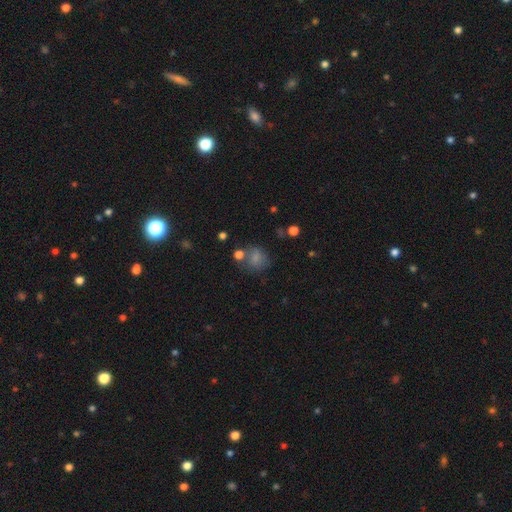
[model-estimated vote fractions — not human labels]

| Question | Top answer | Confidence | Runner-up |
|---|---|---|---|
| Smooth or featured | smooth | 55% | star or artifact (30%) |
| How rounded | round | 76% | in between (22%) |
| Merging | none | 69% | minor disturbance (15%) |